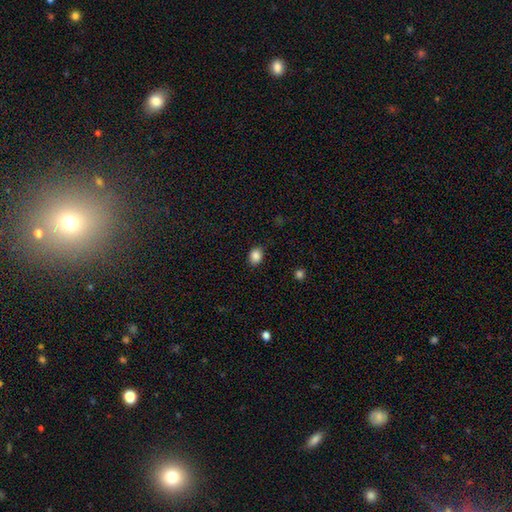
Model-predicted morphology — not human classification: A smooth galaxy with no disk features (87%) that is in between round and cigar-shaped (54%). Merging: none (86%).